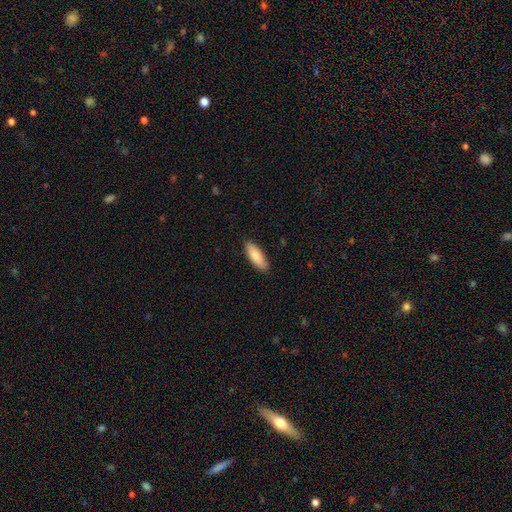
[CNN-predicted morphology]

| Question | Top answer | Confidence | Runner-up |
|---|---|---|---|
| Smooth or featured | smooth | 84% | featured or disk (11%) |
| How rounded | in between | 66% | cigar-shaped (32%) |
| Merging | none | 88% | minor disturbance (9%) |